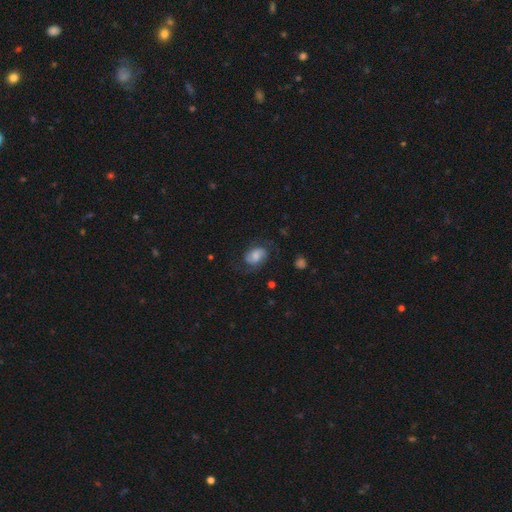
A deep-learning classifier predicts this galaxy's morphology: Smooth or featured? Predicted: featured or disk (p=0.55). Edge-on disk? Predicted: no (p=0.97). Bar? Predicted: no (p=0.53). Spiral arms? Predicted: yes (p=0.89). Bulge size? Predicted: moderate (p=0.36). Merging? Predicted: none (p=0.66).